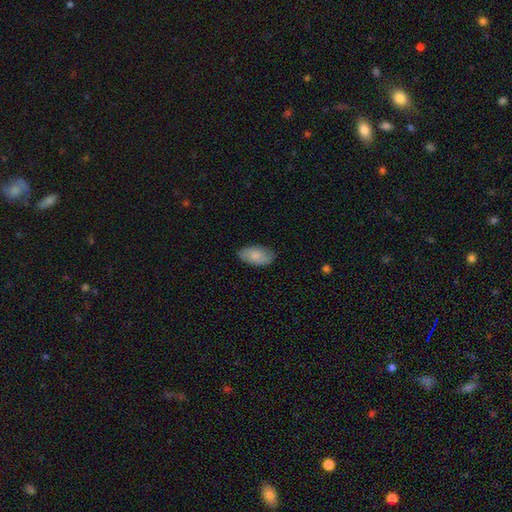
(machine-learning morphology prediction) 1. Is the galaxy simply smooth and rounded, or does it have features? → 82% smooth, 12% featured or disk, 6% star or artifact.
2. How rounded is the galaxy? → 95% in between, 3% round, 2% cigar-shaped.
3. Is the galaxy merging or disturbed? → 81% none, 16% minor disturbance, 3% major disturbance, 1% merger.